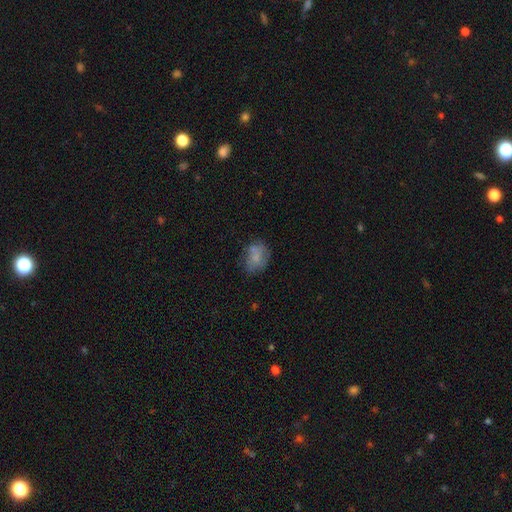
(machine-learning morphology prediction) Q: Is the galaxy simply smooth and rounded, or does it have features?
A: smooth — 67%.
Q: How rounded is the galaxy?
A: in between — 59%.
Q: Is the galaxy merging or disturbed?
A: none — 56%.